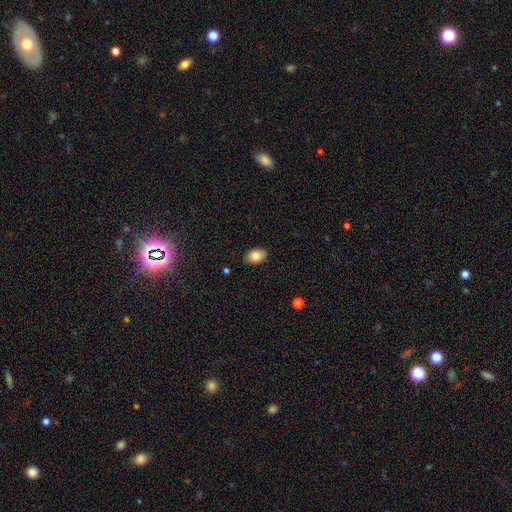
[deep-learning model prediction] smooth_or_featured: smooth (p=0.84) [alt: featured or disk p=0.08]
how_rounded: in between (p=0.86) [alt: round p=0.13]
merging: none (p=0.87) [alt: minor disturbance p=0.10]